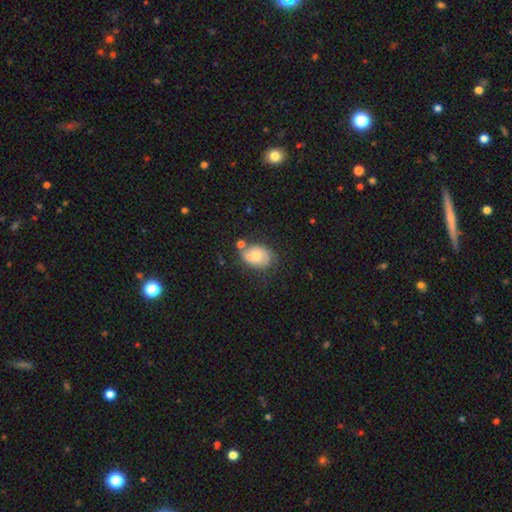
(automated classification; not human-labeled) A smooth galaxy with no disk features (52%) that is in between round and cigar-shaped (63%). Merging: none (48%).